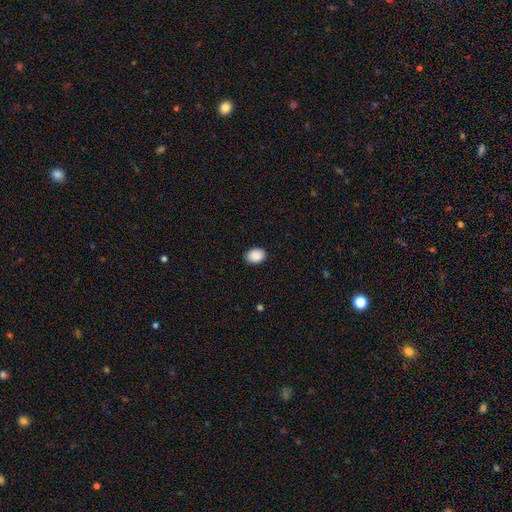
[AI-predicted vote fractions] Smooth or featured? smooth (90%)
How rounded? in between (68%)
Merging? none (89%)